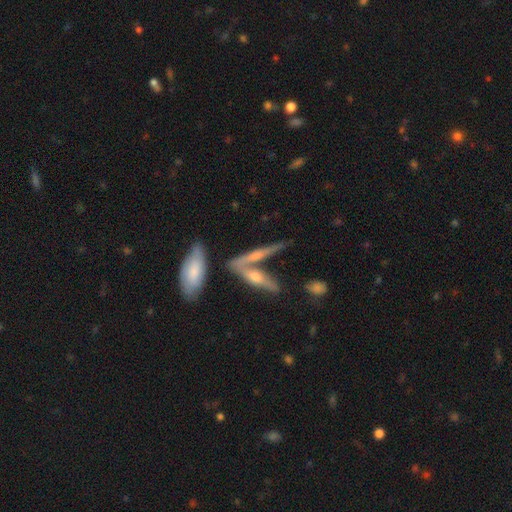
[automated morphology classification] Q: Smooth or featured?
A: featured or disk (57%); runner-up: smooth (35%)
Q: Edge-on disk?
A: yes (81%); runner-up: no (19%)
Q: Merging?
A: merger (42%); tied with: none (42%)